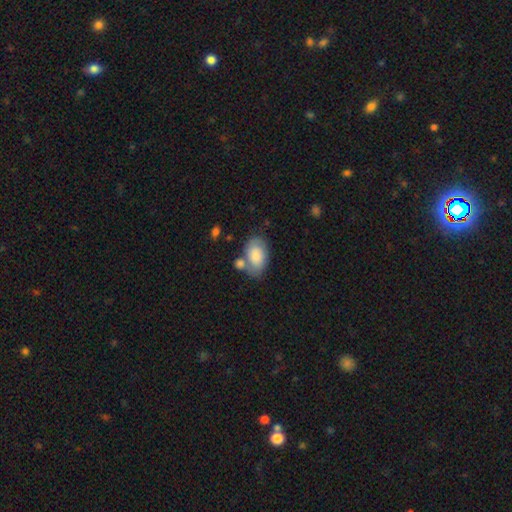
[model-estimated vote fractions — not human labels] This is likely a smooth galaxy (79%). How rounded: clearly in between (90%). Merging: possibly none (52%).